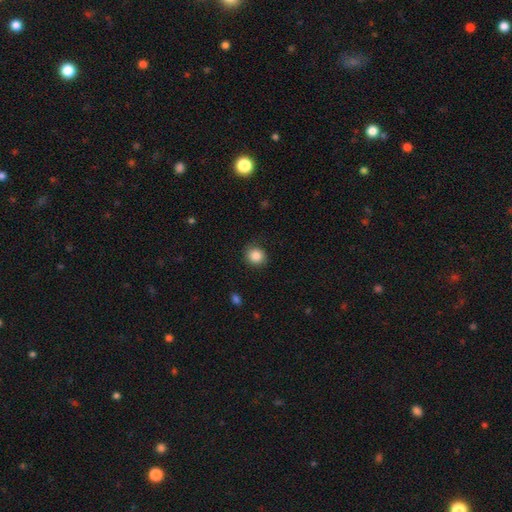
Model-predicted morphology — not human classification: A smooth galaxy with no disk features (86%) that is round (84%).

Vote fractions:
- Smooth or featured? smooth: 86% / star or artifact: 9% / featured or disk: 5%
- How rounded? round: 84% / in between: 15% / cigar-shaped: 1%
- Merging? none: 85% / minor disturbance: 11% / major disturbance: 3% / merger: 1%